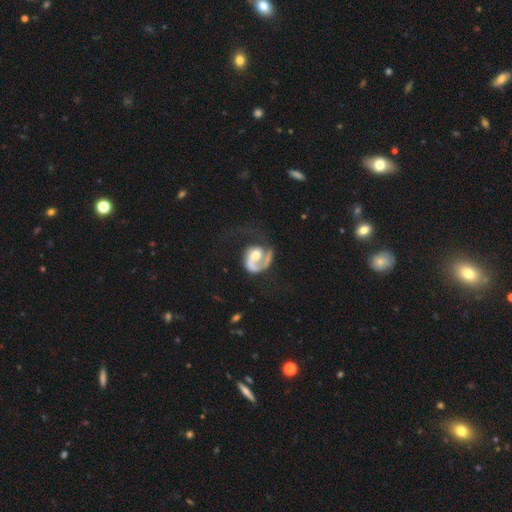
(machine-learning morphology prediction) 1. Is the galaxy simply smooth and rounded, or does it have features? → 82% featured or disk, 13% smooth, 5% star or artifact.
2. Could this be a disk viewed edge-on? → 98% no, 2% yes.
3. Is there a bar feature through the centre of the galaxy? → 62% no, 31% weak, 8% strong.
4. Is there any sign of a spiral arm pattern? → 92% yes, 8% no.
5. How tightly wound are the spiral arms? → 39% medium, 32% loose, 29% tight.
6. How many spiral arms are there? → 81% 1, 13% 2, 3% can't tell, 1% 3, 1% 4, 1% more than 4.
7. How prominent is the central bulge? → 61% moderate, 19% large, 15% small, 3% none, 2% dominant.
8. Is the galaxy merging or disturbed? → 41% none, 39% major disturbance, 17% minor disturbance, 4% merger.